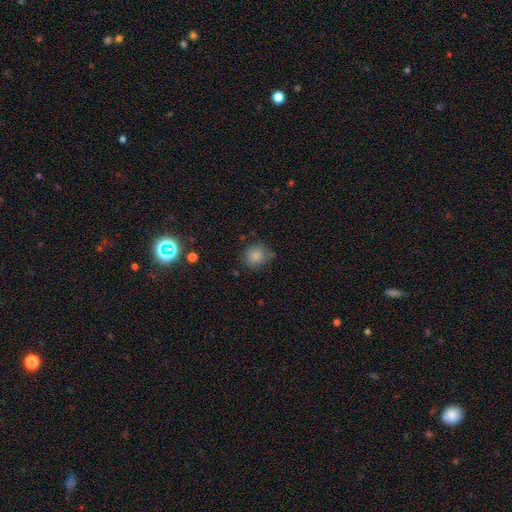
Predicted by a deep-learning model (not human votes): Smooth or featured?
  - smooth: 83% *
  - star or artifact: 11%
  - featured or disk: 6%
How rounded?
  - round: 83% *
  - in between: 16%
  - cigar-shaped: 1%
Merging?
  - none: 74% *
  - minor disturbance: 18%
  - major disturbance: 4%
  - merger: 3%